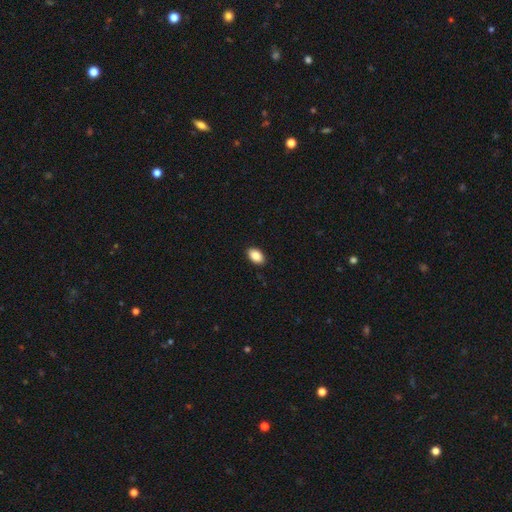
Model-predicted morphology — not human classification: Overall: smooth (87%). How rounded: in between (90%). Merging: none (90%).